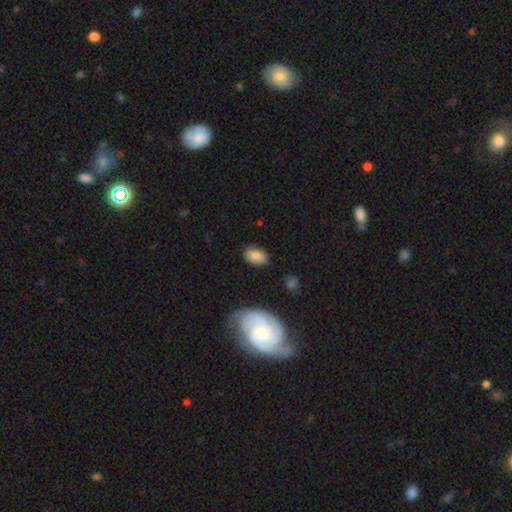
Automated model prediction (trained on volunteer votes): Smooth or featured? Predicted: smooth (p=0.83). How rounded? Predicted: in between (p=0.90). Merging? Predicted: none (p=0.80).